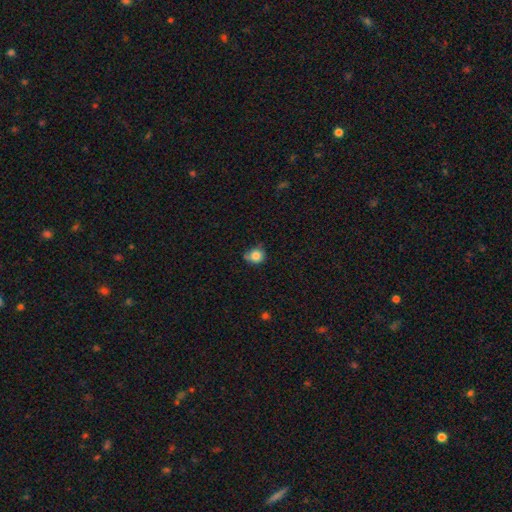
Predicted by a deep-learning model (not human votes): A smooth galaxy with no disk features (83%) that is round (84%).

Vote fractions:
- Smooth or featured? smooth: 83% / star or artifact: 10% / featured or disk: 6%
- How rounded? round: 84% / in between: 15% / cigar-shaped: 1%
- Merging? none: 57% / minor disturbance: 29% / merger: 7% / major disturbance: 6%